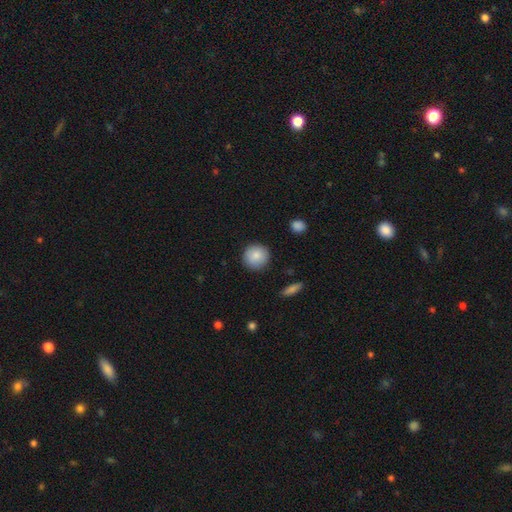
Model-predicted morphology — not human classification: smooth 86%, star or artifact 7%, featured or disk 7%. Down the decision tree: how rounded — round (93%); merging — none (89%).